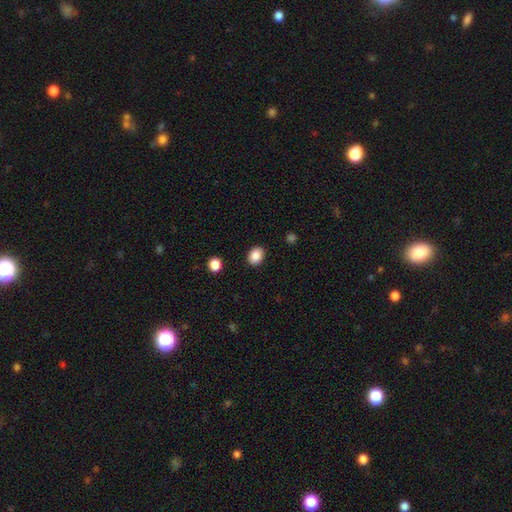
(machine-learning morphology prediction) smooth 88%, star or artifact 9%, featured or disk 3%. Down the decision tree: how rounded — in between (62%); merging — none (89%).